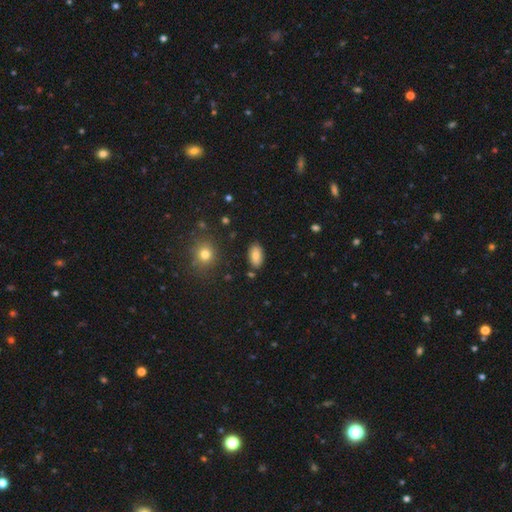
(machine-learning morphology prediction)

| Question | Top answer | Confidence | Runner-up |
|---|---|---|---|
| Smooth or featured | smooth | 82% | featured or disk (10%) |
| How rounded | in between | 93% | round (5%) |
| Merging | none | 85% | minor disturbance (10%) |